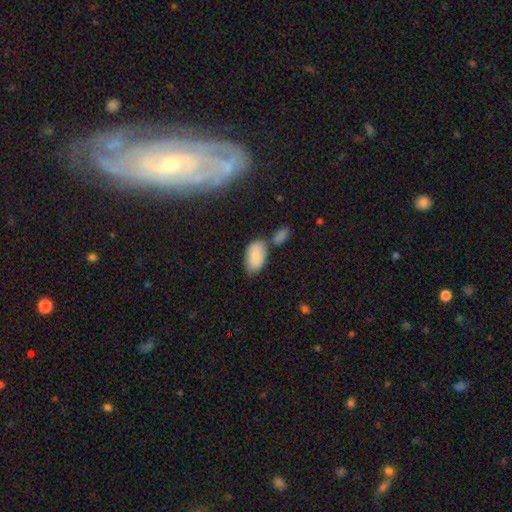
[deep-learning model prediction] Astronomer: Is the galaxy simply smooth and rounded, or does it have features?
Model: smooth — 84%.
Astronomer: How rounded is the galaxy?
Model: in between — 94%.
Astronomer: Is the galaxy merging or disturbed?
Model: none — 57%.